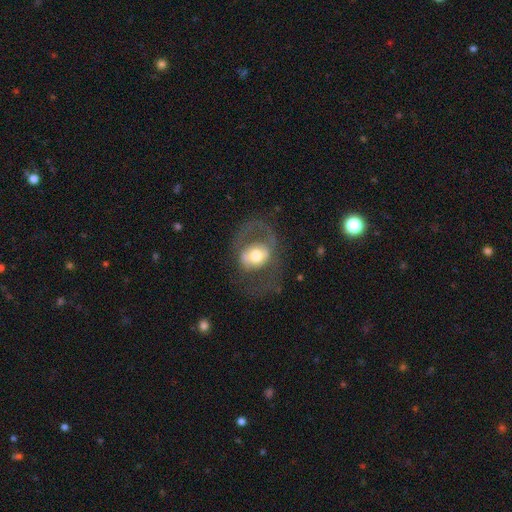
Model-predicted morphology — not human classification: Q: Smooth or featured?
A: featured or disk (56%); runner-up: smooth (37%)
Q: Edge-on disk?
A: no (94%); runner-up: yes (6%)
Q: Bar?
A: no (58%); runner-up: weak (27%)
Q: Spiral arms?
A: no (55%); runner-up: yes (45%)
Q: Bulge size?
A: moderate (60%); runner-up: large (28%)
Q: Merging?
A: none (49%); runner-up: major disturbance (31%)